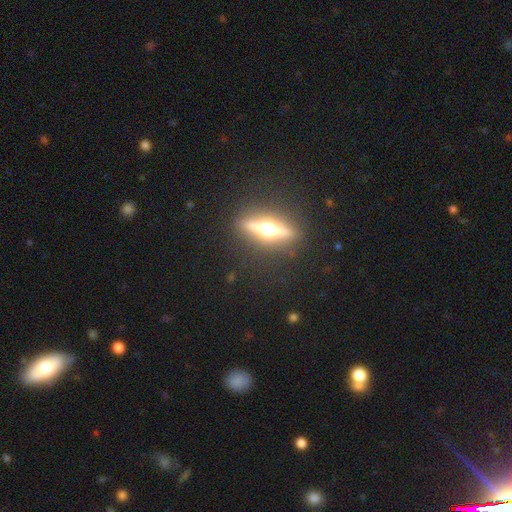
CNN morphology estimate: This appears to be a featured or disk galaxy (63%) viewed edge-on (89%) with a rounded central bulge (94%). Merging: none (87%).